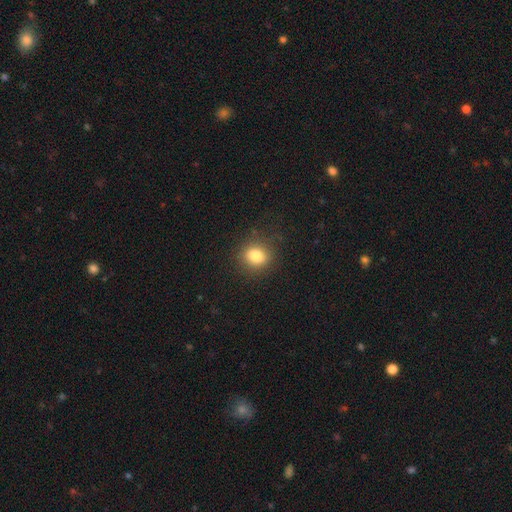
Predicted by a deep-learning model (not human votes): Smooth or featured: smooth — 82% (star or artifact — 12%)
How rounded: round — 69% (in between — 30%)
Merging: none — 86% (minor disturbance — 10%)